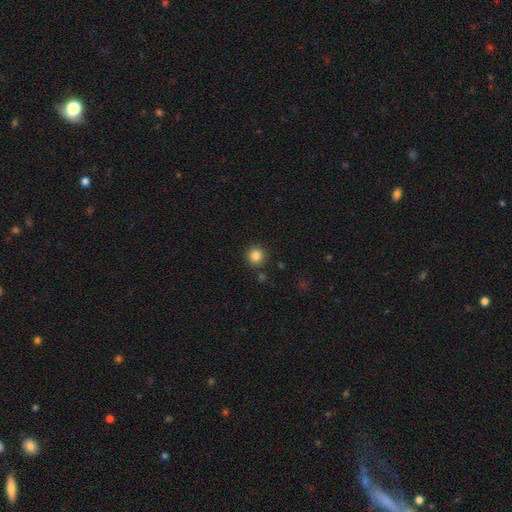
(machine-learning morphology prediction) The model was most divided on "smooth or featured": smooth: 85%, star or artifact: 11%, featured or disk: 4%. More confident: how rounded — round (93%); merging — none (88%).